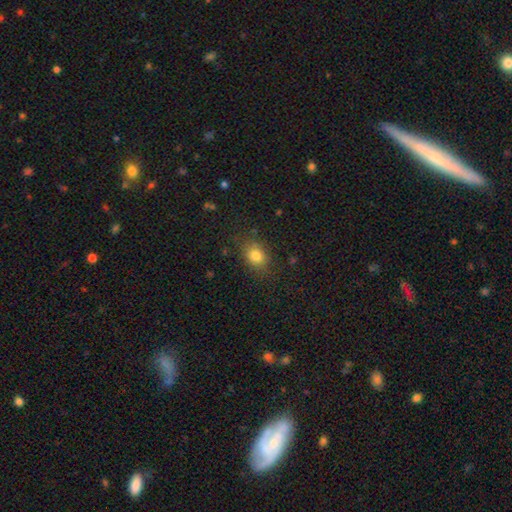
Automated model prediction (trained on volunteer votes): Q: Smooth or featured?
A: smooth (81%); runner-up: star or artifact (12%)
Q: How rounded?
A: in between (55%); runner-up: round (44%)
Q: Merging?
A: none (81%); runner-up: minor disturbance (13%)